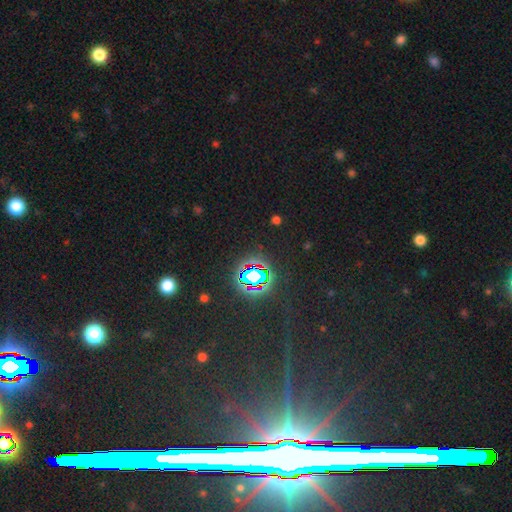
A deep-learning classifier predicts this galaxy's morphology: A star or artifact, not a galaxy (80%).